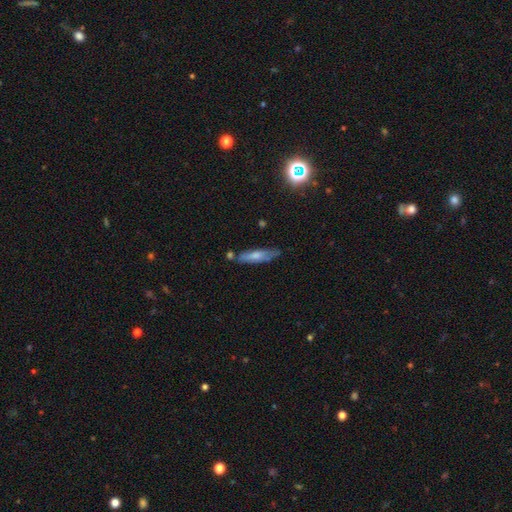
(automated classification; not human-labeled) smooth-or-featured: smooth: 60% | featured or disk: 33% | star or artifact: 7%
  how-rounded: cigar-shaped: 74% | in between: 25% | round: 2%
  merging: none: 70% | minor disturbance: 20% | merger: 6% | major disturbance: 4%